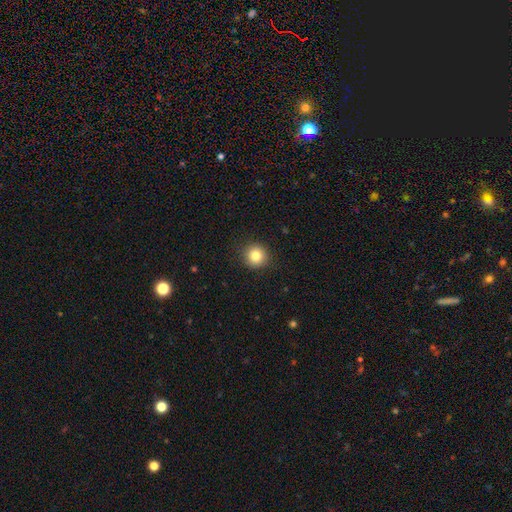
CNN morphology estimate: smooth 83%, star or artifact 10%, featured or disk 7%. Down the decision tree: how rounded — round (93%); merging — none (90%).